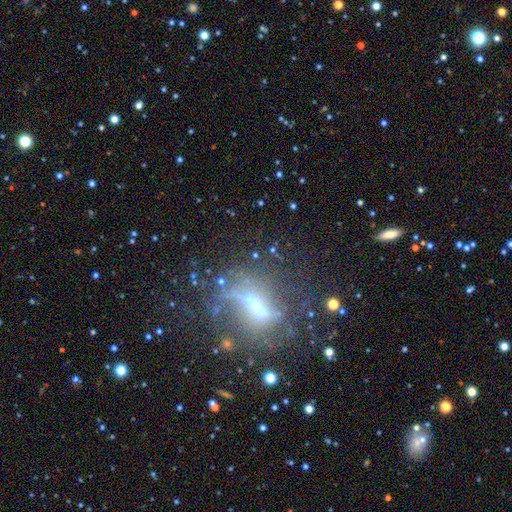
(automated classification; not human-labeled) A featured or disk galaxy (51%).

Vote fractions:
- Smooth or featured? featured or disk: 51% / star or artifact: 28% / smooth: 21%
- Edge-on disk? no: 74% / yes: 26%
- Merging? none: 52% / major disturbance: 22% / minor disturbance: 16% / merger: 9%